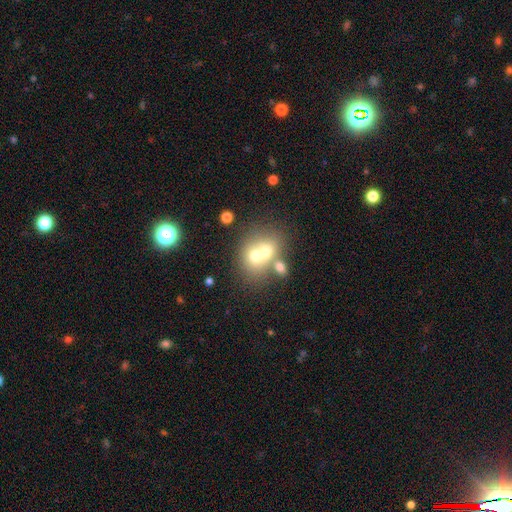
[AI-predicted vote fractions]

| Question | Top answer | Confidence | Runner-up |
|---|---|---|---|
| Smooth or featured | smooth | 59% | featured or disk (28%) |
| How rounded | round | 62% | in between (37%) |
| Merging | merger | 62% | none (27%) |